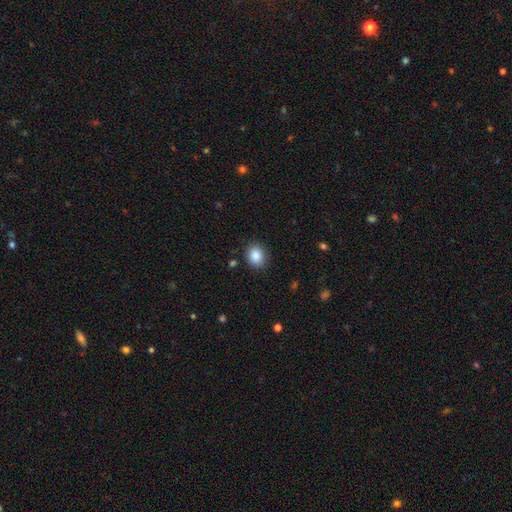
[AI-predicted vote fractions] Smooth or featured?
  - smooth: 87% *
  - star or artifact: 9%
  - featured or disk: 4%
How rounded?
  - round: 56% *
  - in between: 43%
  - cigar-shaped: 1%
Merging?
  - none: 88% *
  - minor disturbance: 9%
  - major disturbance: 2%
  - merger: 1%